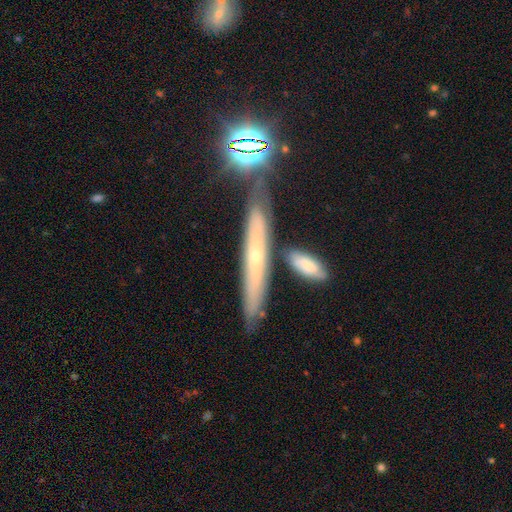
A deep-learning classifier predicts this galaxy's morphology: Smooth or featured: featured or disk — 51% (smooth — 32%)
Edge-on disk: yes — 79% (no — 21%)
Merging: none — 77% (minor disturbance — 12%)